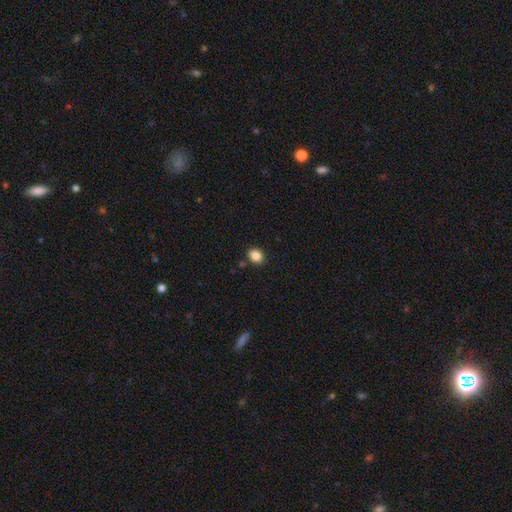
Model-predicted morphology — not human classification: smooth-or-featured: smooth: 86% | star or artifact: 10% | featured or disk: 4%
  how-rounded: in between: 52% | round: 47% | cigar-shaped: 1%
  merging: none: 87% | minor disturbance: 8% | merger: 3% | major disturbance: 2%